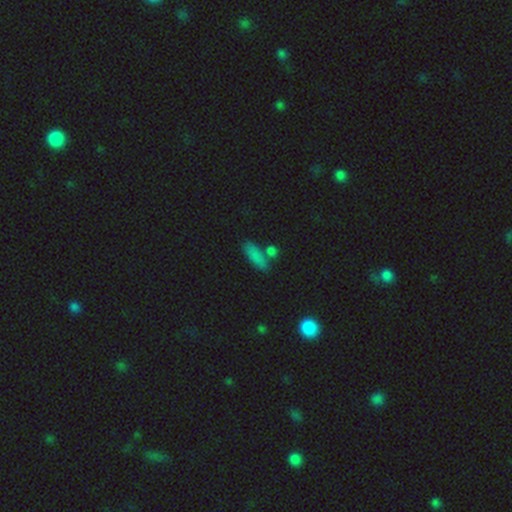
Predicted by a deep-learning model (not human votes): The model was most divided on "how rounded": in between: 53%, cigar-shaped: 39%, round: 8%. More confident: smooth or featured — smooth (73%); merging — none (64%).